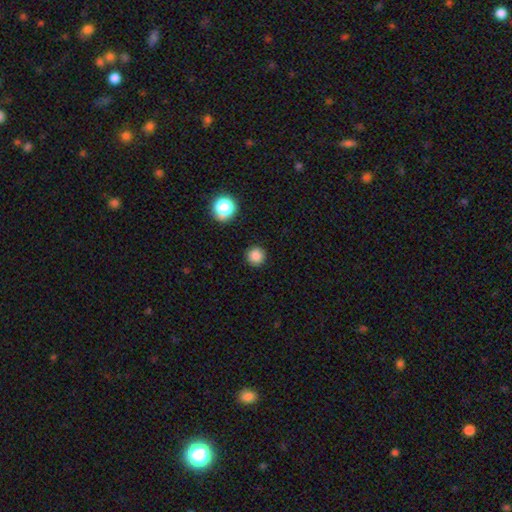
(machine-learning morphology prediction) smooth 83%, star or artifact 13%, featured or disk 4%. Down the decision tree: how rounded — round (95%); merging — none (91%).